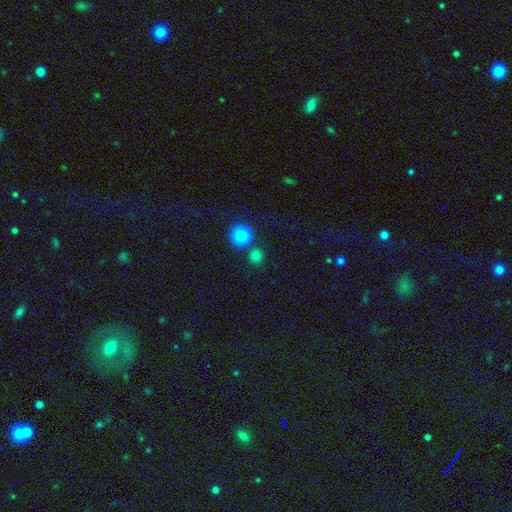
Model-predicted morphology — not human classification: Q: Smooth or featured?
A: smooth (75%); runner-up: star or artifact (20%)
Q: How rounded?
A: round (91%); runner-up: in between (8%)
Q: Merging?
A: none (83%); runner-up: merger (8%)